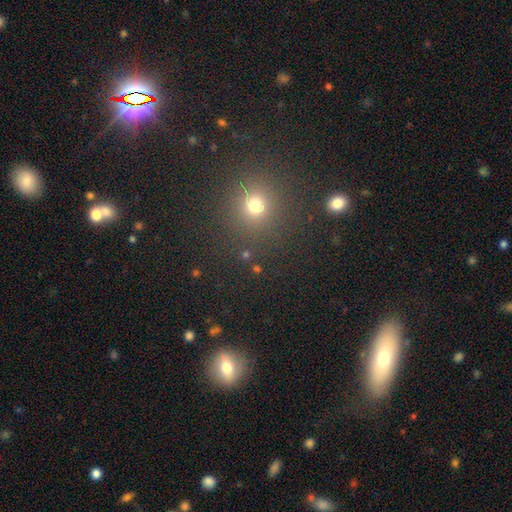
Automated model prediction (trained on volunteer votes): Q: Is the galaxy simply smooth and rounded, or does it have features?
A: smooth — 51%.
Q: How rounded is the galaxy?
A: round — 90%.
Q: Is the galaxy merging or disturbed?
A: none — 89%.